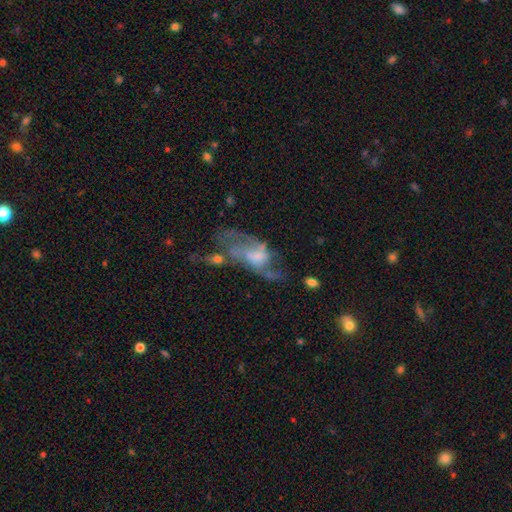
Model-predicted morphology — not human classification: Smooth or featured: featured or disk — 66% (smooth — 25%)
Edge-on disk: no — 94% (yes — 6%)
Bar: no — 52% (weak — 37%)
Spiral arms: yes — 68% (no — 32%)
Bulge size: moderate — 30% (none — 27%)
Merging: major disturbance — 36% (none — 26%)